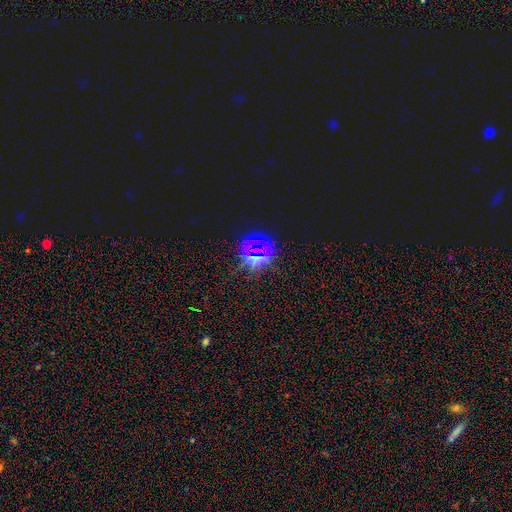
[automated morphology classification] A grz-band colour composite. It shows a star or artifact, not a galaxy (78%).